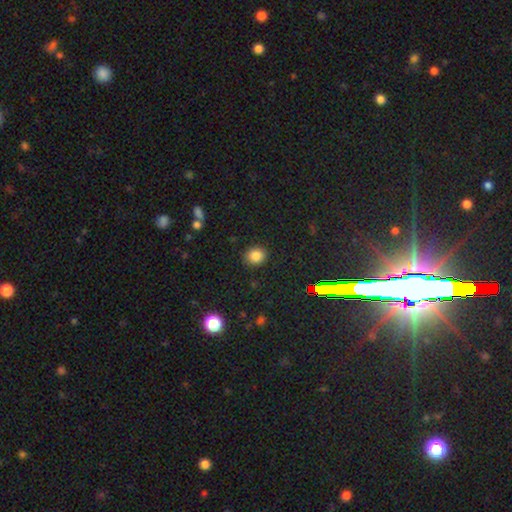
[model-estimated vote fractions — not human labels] Q: Smooth or featured?
A: smooth (83%); runner-up: star or artifact (13%)
Q: How rounded?
A: round (76%); runner-up: in between (23%)
Q: Merging?
A: none (89%); runner-up: minor disturbance (7%)